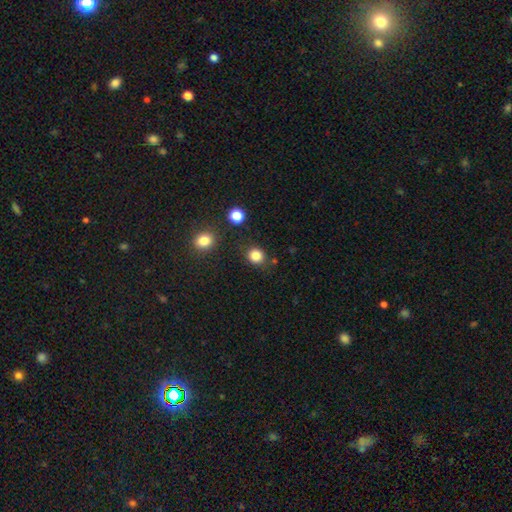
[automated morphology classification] Overall: smooth (84%). How rounded: round (83%). Merging: none (84%).